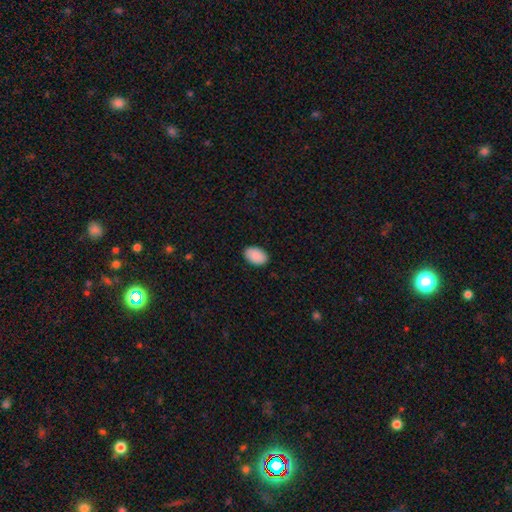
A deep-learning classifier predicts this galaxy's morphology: This is clearly a smooth galaxy (91%). How rounded: clearly in between (90%). Merging: clearly none (89%).